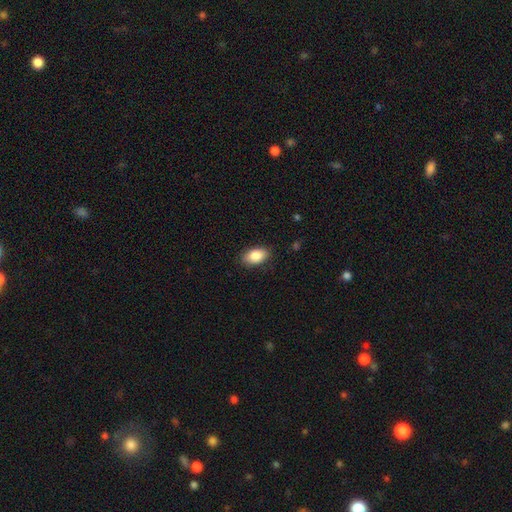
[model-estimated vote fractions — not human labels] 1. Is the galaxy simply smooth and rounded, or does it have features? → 86% smooth, 7% star or artifact, 7% featured or disk.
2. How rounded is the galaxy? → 91% in between, 7% round, 2% cigar-shaped.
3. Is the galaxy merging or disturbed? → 86% none, 11% minor disturbance, 2% major disturbance, 1% merger.